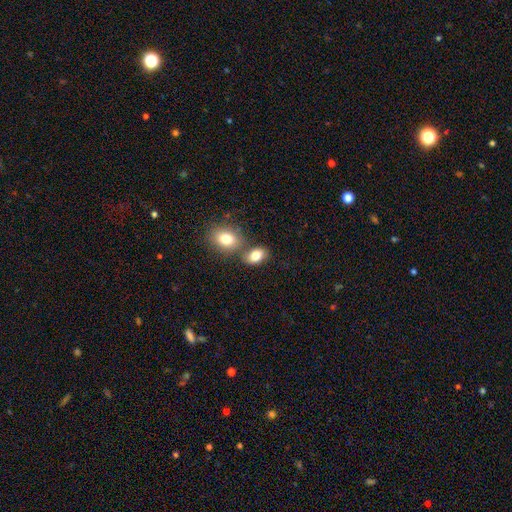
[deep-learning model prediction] Overall: smooth (82%). How rounded: in between (81%). Merging: none (55%; merger 30%).